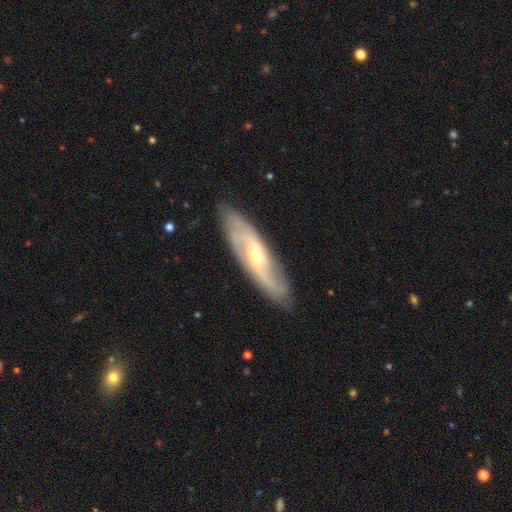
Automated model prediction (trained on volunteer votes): smooth_or_featured: featured or disk (p=0.80) [alt: smooth p=0.14]
disk_edge_on: no (p=0.78) [alt: yes p=0.22]
bar: no (p=0.51) [alt: weak p=0.37]
has_spiral_arms: yes (p=0.92) [alt: no p=0.08]
spiral_winding: medium (p=0.40) [alt: loose p=0.31]
spiral_arm_count: 2 (p=0.62) [alt: can't tell p=0.22]
bulge_size: small (p=0.59) [alt: moderate p=0.38]
merging: none (p=0.84) [alt: minor disturbance p=0.12]